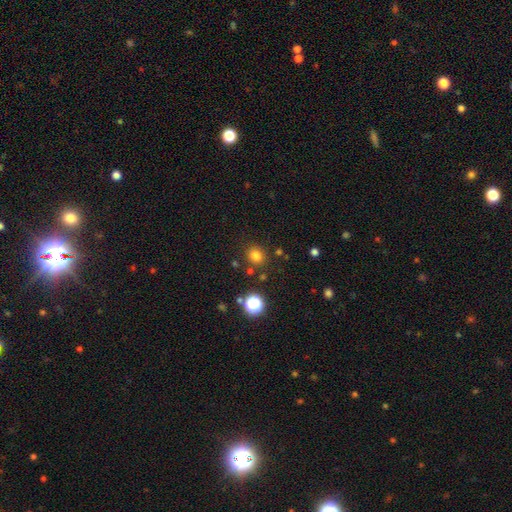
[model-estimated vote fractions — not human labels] smooth-or-featured: smooth: 77% | star or artifact: 17% | featured or disk: 6%
  how-rounded: round: 81% | in between: 19% | cigar-shaped: 1%
  merging: none: 84% | minor disturbance: 9% | merger: 4% | major disturbance: 3%